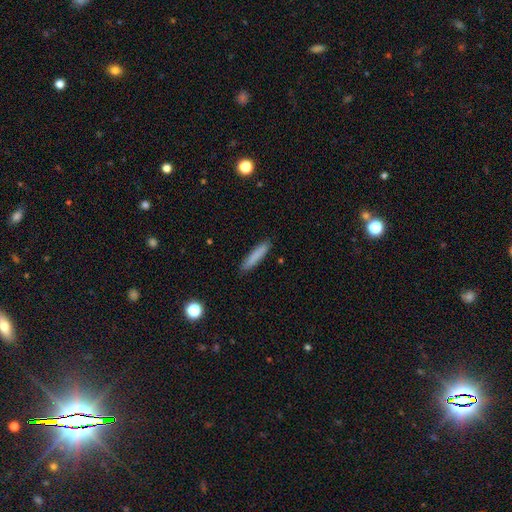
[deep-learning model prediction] smooth_or_featured: smooth (p=0.82) [alt: featured or disk p=0.11]
how_rounded: cigar-shaped (p=0.89) [alt: in between p=0.10]
merging: none (p=0.89) [alt: minor disturbance p=0.08]